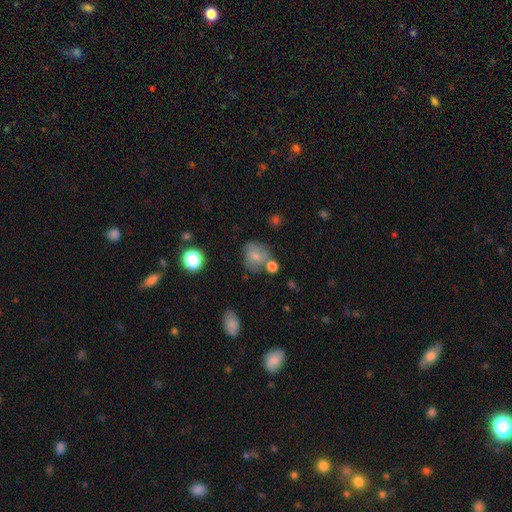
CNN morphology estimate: Smooth or featured?
  - smooth: 65% *
  - featured or disk: 23%
  - star or artifact: 12%
How rounded?
  - round: 73% *
  - in between: 26%
  - cigar-shaped: 1%
Merging?
  - none: 56% *
  - minor disturbance: 21%
  - merger: 15%
  - major disturbance: 9%